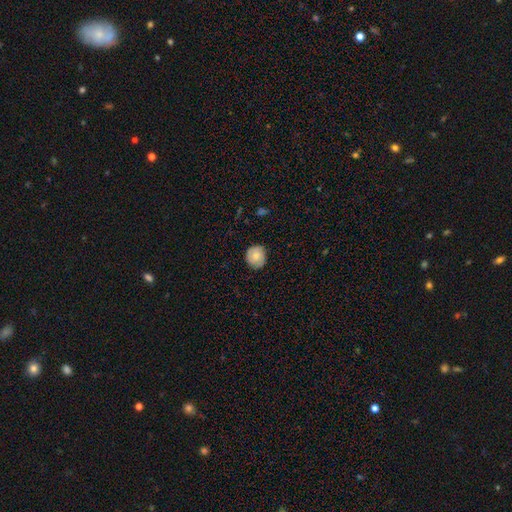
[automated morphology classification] smooth_or_featured: smooth (p=0.72) [alt: featured or disk p=0.21]
how_rounded: round (p=0.87) [alt: in between p=0.12]
merging: none (p=0.80) [alt: minor disturbance p=0.16]